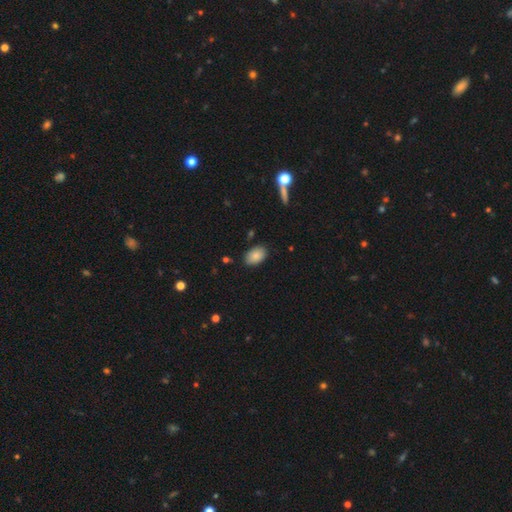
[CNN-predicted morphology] A smooth galaxy with no disk features (84%) that is in between round and cigar-shaped (89%). Merging: none (82%).